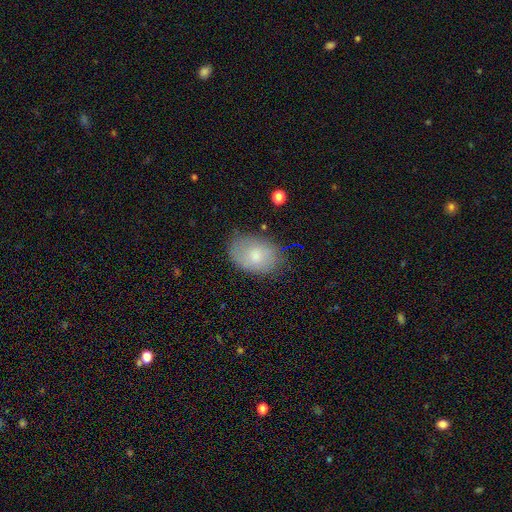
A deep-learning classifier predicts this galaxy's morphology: A smooth galaxy with no disk features (70%) that is in between round and cigar-shaped (84%). Merging: none (71%).